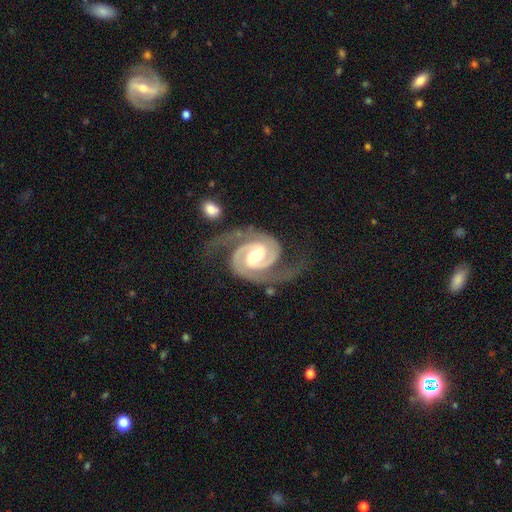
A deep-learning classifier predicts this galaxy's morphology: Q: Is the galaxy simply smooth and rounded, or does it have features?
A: featured or disk — 94%.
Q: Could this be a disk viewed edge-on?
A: no — 98%.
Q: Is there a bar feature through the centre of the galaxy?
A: weak — 45%.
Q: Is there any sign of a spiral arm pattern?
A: yes — 99%.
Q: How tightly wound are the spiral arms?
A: tight — 53%.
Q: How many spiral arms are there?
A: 2 — 93%.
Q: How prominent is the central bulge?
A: moderate — 67%.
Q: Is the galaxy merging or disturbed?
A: none — 67%.